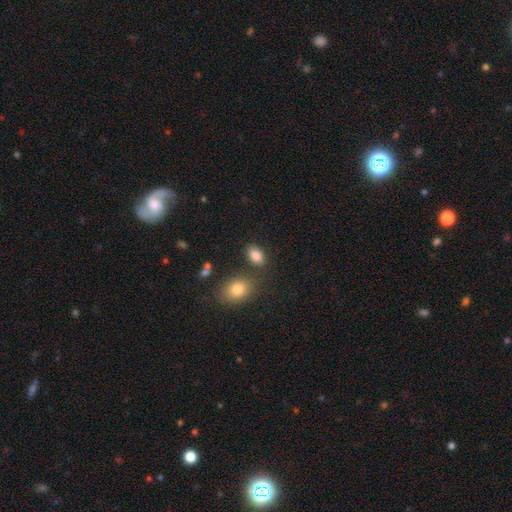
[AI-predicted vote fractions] smooth-or-featured: smooth: 86% | star or artifact: 9% | featured or disk: 5%
  how-rounded: in between: 87% | round: 11% | cigar-shaped: 2%
  merging: none: 76% | minor disturbance: 12% | merger: 8% | major disturbance: 4%